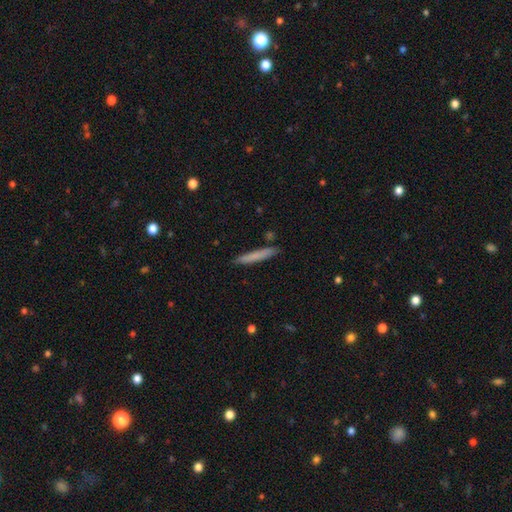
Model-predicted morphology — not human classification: smooth_or_featured: smooth (p=0.74) [alt: featured or disk p=0.19]
how_rounded: cigar-shaped (p=0.95) [alt: in between p=0.03]
merging: none (p=0.88) [alt: minor disturbance p=0.09]